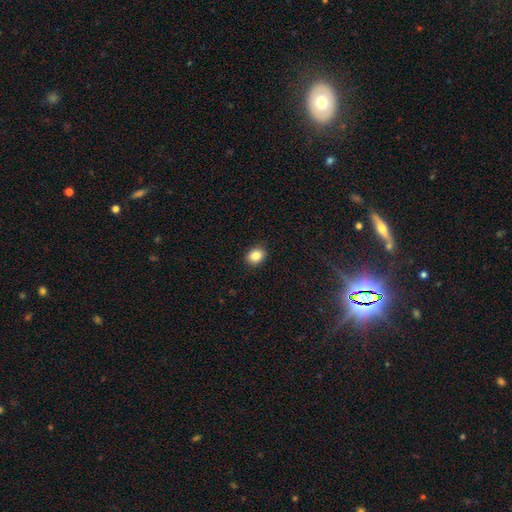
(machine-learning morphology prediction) Overall: smooth (85%). How rounded: round (60%; in between 39%). Merging: none (91%).